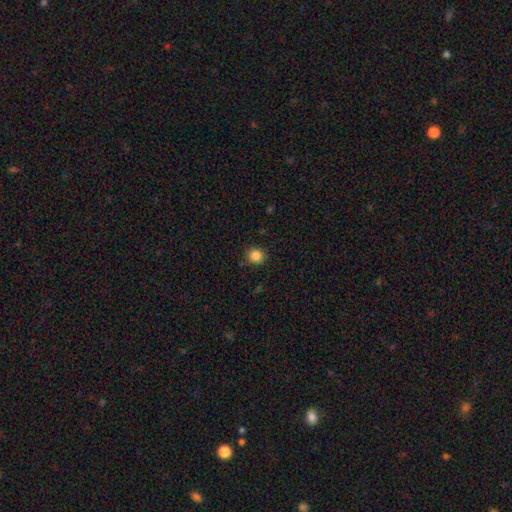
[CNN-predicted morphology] A smooth galaxy with no disk features (85%) that is round (89%). Merging: none (89%).